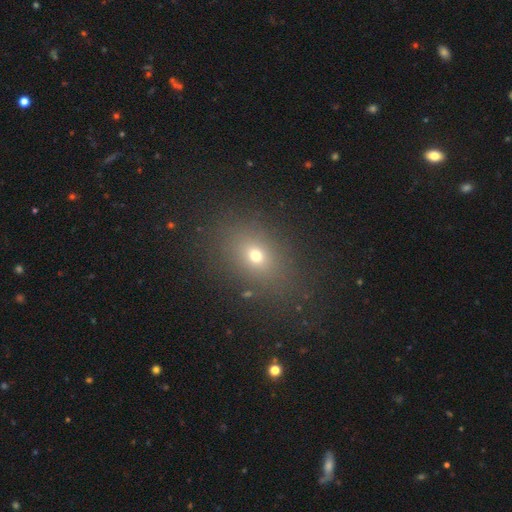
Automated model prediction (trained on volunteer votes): Smooth or featured: smooth — 66% (star or artifact — 21%)
How rounded: in between — 65% (round — 33%)
Merging: none — 84% (minor disturbance — 10%)